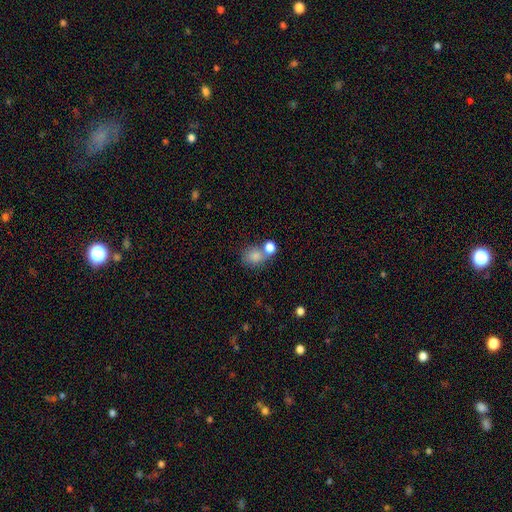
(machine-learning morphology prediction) Smooth or featured?
  - smooth: 81% *
  - star or artifact: 11%
  - featured or disk: 8%
How rounded?
  - round: 64% *
  - in between: 35%
  - cigar-shaped: 1%
Merging?
  - none: 45% *
  - merger: 39%
  - minor disturbance: 11%
  - major disturbance: 5%